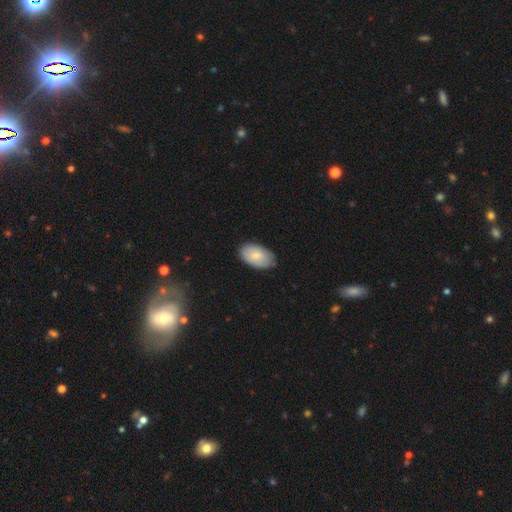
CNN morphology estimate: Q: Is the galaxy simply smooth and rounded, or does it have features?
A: smooth — 76%.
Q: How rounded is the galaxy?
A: in between — 94%.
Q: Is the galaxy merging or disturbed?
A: none — 80%.